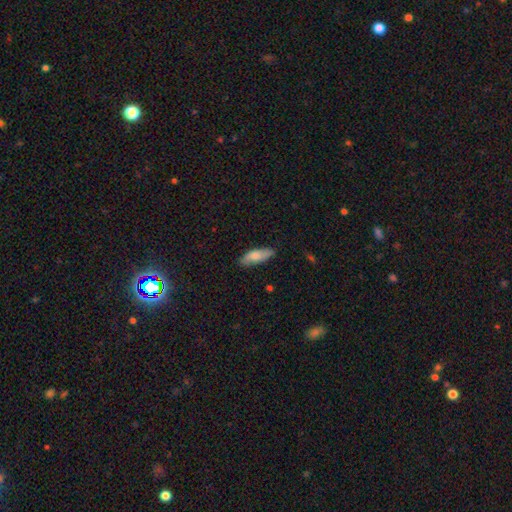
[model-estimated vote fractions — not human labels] Smooth or featured: smooth — 73% (featured or disk — 21%)
How rounded: in between — 62% (cigar-shaped — 35%)
Merging: none — 83% (minor disturbance — 14%)